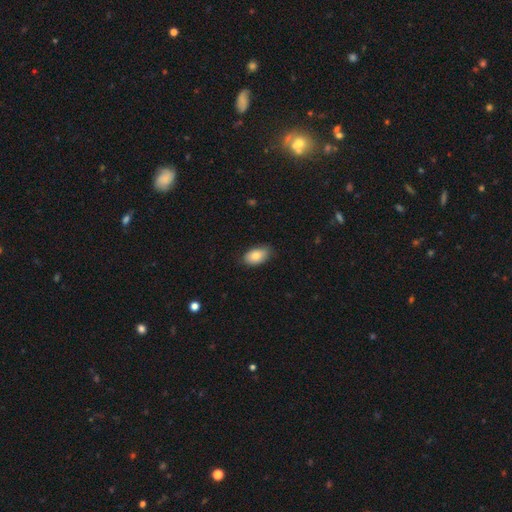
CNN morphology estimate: A smooth galaxy with no disk features (82%) that is in between round and cigar-shaped (93%). Merging: none (81%).